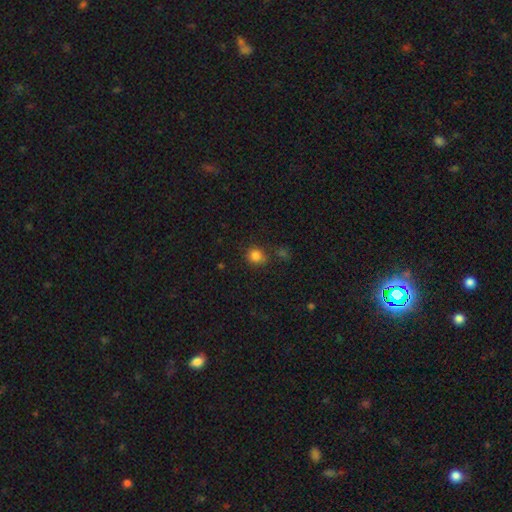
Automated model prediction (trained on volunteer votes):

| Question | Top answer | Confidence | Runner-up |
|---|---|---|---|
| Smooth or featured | smooth | 83% | star or artifact (13%) |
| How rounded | round | 84% | in between (15%) |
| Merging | none | 76% | minor disturbance (13%) |